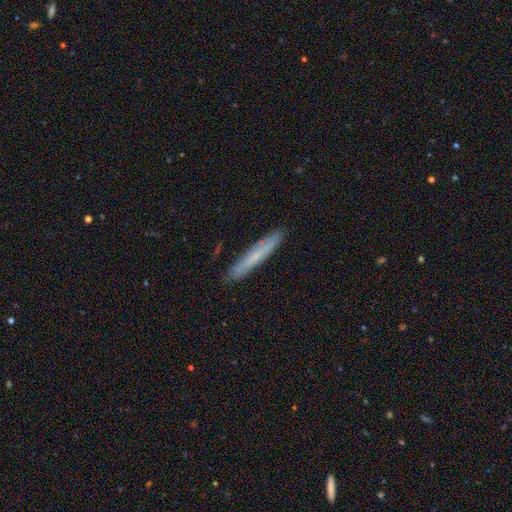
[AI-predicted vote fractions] A smooth galaxy with no disk features (57%) that is cigar-shaped (95%).

Vote fractions:
- Smooth or featured? smooth: 57% / featured or disk: 36% / star or artifact: 7%
- How rounded? cigar-shaped: 95% / in between: 4% / round: 1%
- Merging? none: 89% / minor disturbance: 8% / major disturbance: 1% / merger: 1%